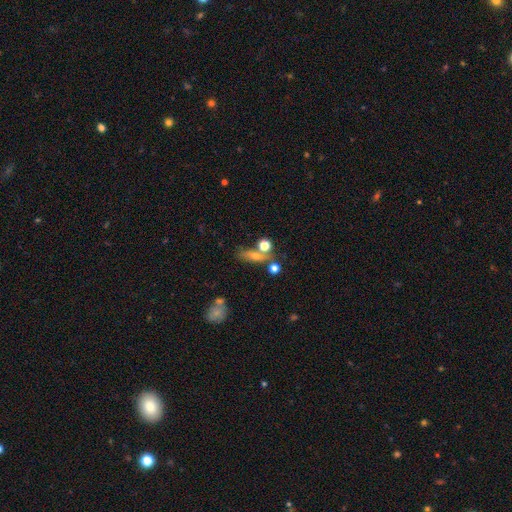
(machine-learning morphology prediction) Smooth or featured?
  - smooth: 55% *
  - featured or disk: 29%
  - star or artifact: 16%
How rounded?
  - cigar-shaped: 40% *
  - in between: 39%
  - round: 20%
Merging?
  - none: 55% *
  - merger: 22%
  - minor disturbance: 15%
  - major disturbance: 8%